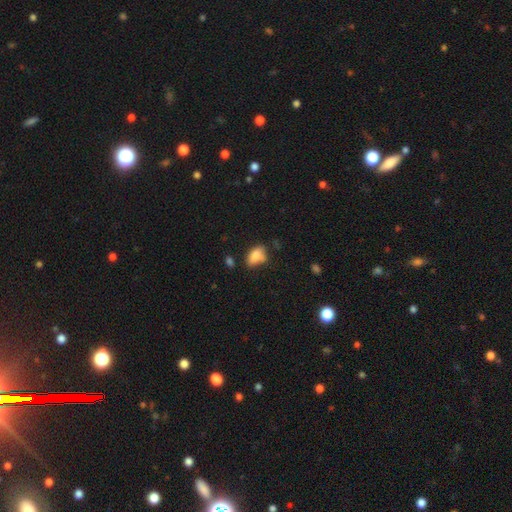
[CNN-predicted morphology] A smooth galaxy with no disk features (81%) that is in between round and cigar-shaped (89%). Merging: none (52%).